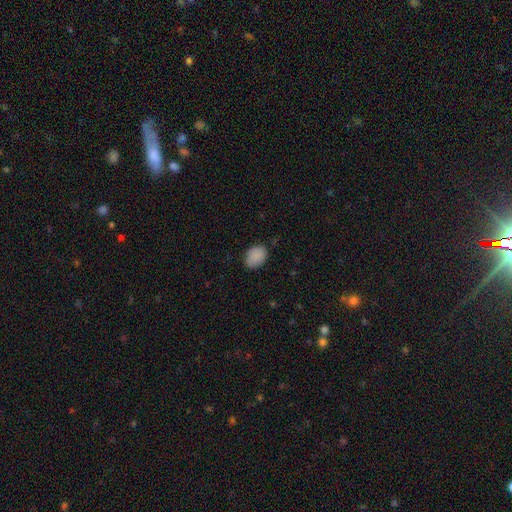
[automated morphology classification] This appears to be a smooth galaxy with no disk features (89%) that is in between round and cigar-shaped (70%). Merging: none (80%).